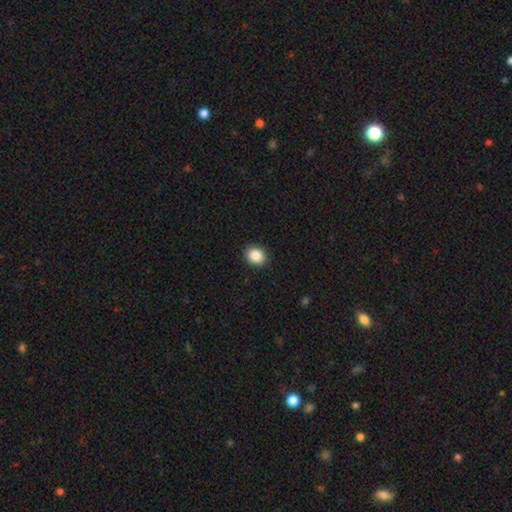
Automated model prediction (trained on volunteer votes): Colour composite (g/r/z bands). It shows a smooth galaxy with no disk features (88%) that is round (53%). Merging: none (90%).